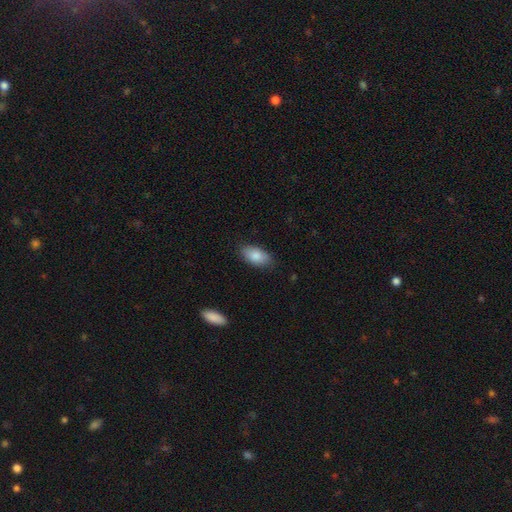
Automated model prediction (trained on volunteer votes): Morphology: type=smooth (85%); roundness=in between (93%); merging=none (83%).